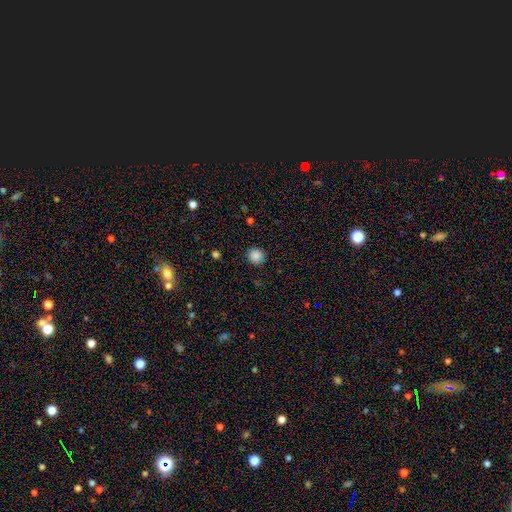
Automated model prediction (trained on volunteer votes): smooth_or_featured: smooth (p=0.87) [alt: star or artifact p=0.10]
how_rounded: round (p=0.92) [alt: in between p=0.07]
merging: none (p=0.91) [alt: minor disturbance p=0.06]